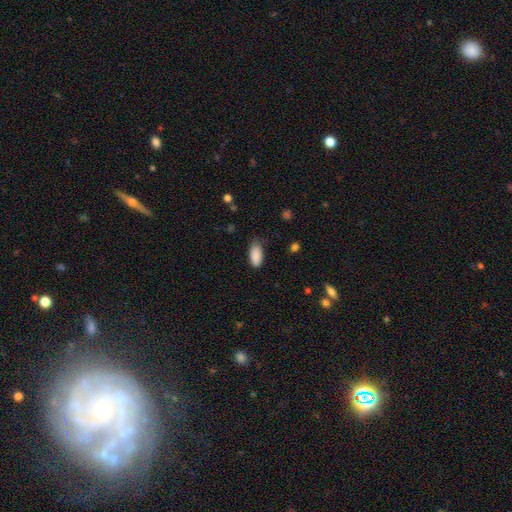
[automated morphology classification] The model was most divided on "merging": none: 68%, minor disturbance: 26%, major disturbance: 5%, merger: 1%. More confident: how rounded — in between (92%); smooth or featured — smooth (89%).